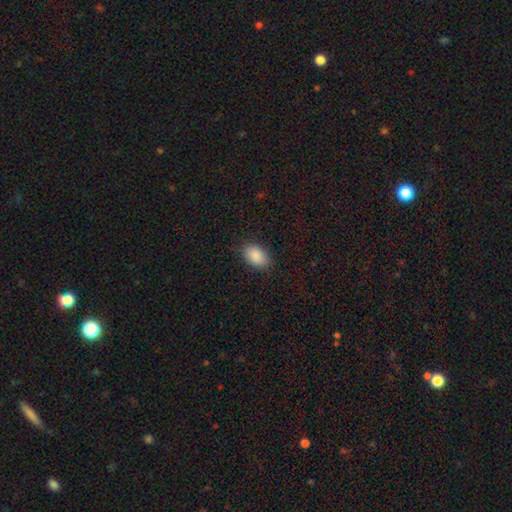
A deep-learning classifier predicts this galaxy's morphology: smooth-or-featured: smooth: 89% | star or artifact: 7% | featured or disk: 4%
  how-rounded: in between: 90% | round: 9% | cigar-shaped: 1%
  merging: none: 86% | minor disturbance: 10% | major disturbance: 3% | merger: 1%